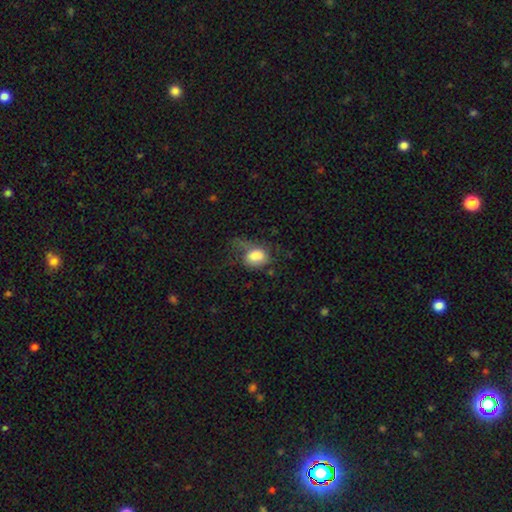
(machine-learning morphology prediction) type=smooth (72%); roundness=in between (69%); merging=major disturbance (38%).